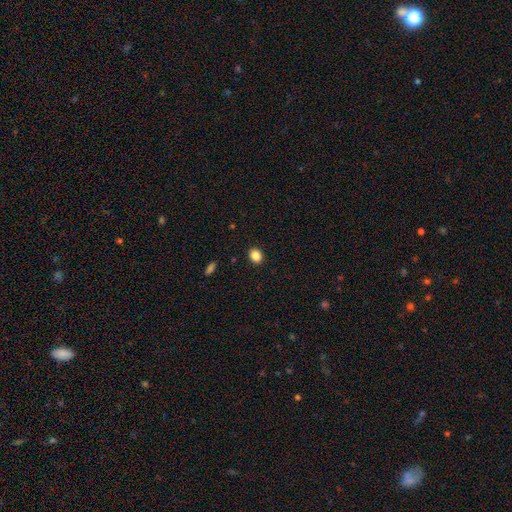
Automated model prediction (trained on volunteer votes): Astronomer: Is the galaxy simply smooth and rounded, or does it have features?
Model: smooth — 86%.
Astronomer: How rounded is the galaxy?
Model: round — 59% (runner-up: in between, 40%).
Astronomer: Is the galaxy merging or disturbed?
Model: none — 91%.